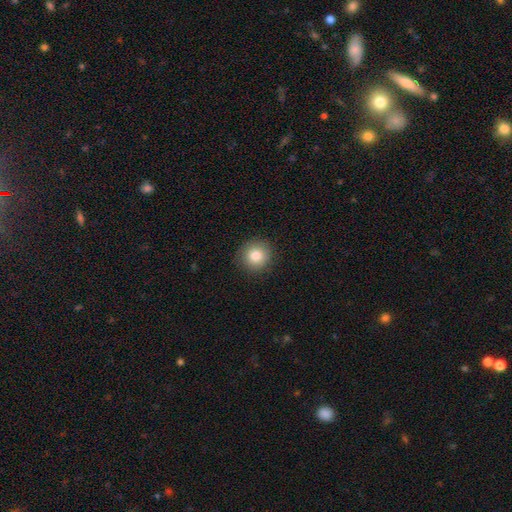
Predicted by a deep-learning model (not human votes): Smooth or featured? Predicted: smooth (p=0.83). How rounded? Predicted: round (p=0.93). Merging? Predicted: none (p=0.90).